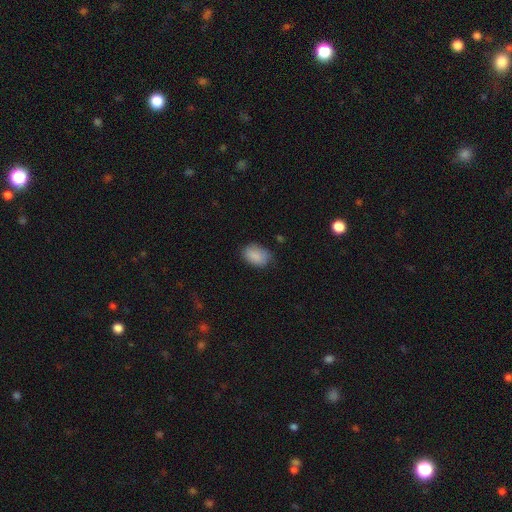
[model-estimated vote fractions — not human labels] smooth-or-featured: smooth: 88% | star or artifact: 7% | featured or disk: 5%
  how-rounded: in between: 85% | round: 14% | cigar-shaped: 1%
  merging: none: 72% | minor disturbance: 22% | major disturbance: 4% | merger: 1%